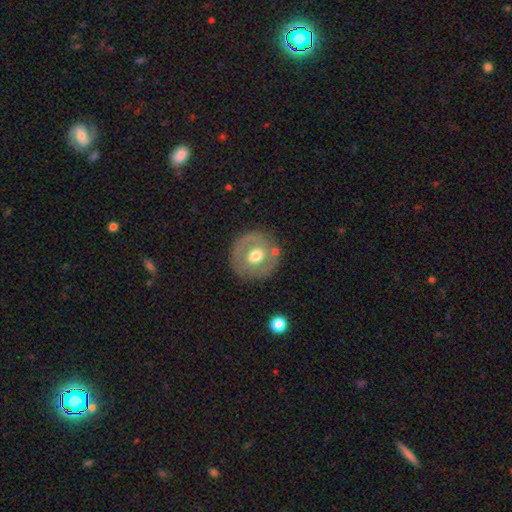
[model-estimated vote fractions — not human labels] A smooth galaxy with no disk features (50%). Merging: none (78%).